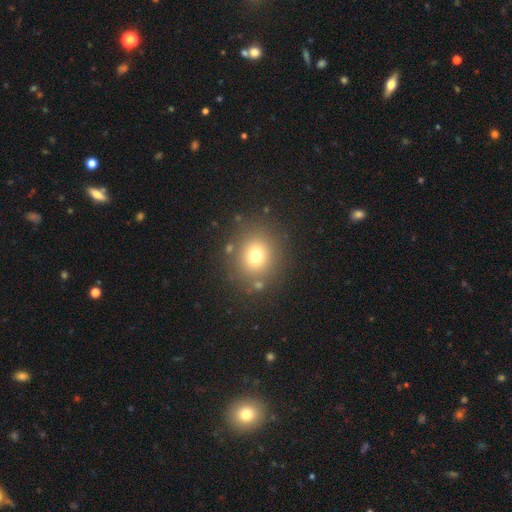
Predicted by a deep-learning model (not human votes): Overall: smooth (73%). How rounded: round (82%). Merging: none (83%).